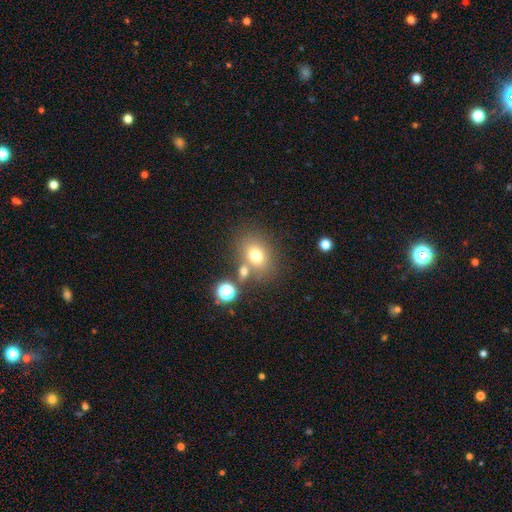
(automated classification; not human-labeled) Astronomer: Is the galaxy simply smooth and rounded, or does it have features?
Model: smooth — 72%.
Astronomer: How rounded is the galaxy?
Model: in between — 53% (runner-up: round, 45%).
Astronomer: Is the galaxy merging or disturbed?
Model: none — 63%.